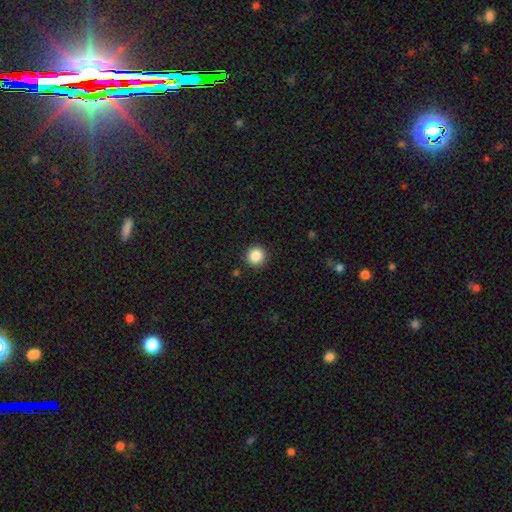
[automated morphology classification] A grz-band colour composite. It shows a smooth galaxy with no disk features (87%) that is round (95%). Merging: none (92%).